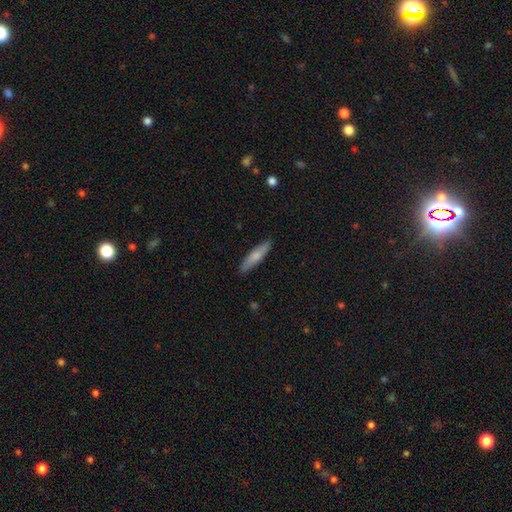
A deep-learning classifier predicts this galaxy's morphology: Q: Smooth or featured?
A: smooth (73%); runner-up: featured or disk (22%)
Q: How rounded?
A: cigar-shaped (77%); runner-up: in between (22%)
Q: Merging?
A: none (88%); runner-up: minor disturbance (9%)